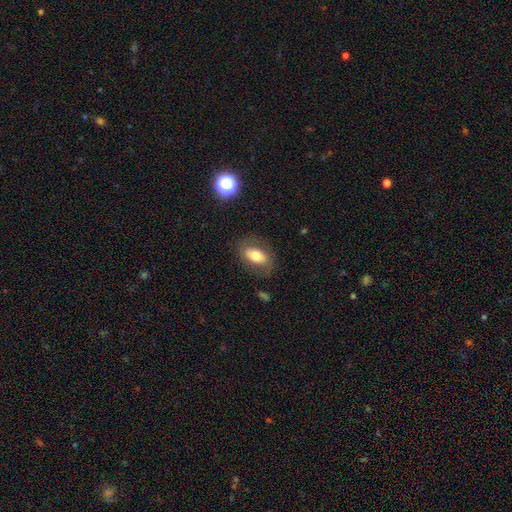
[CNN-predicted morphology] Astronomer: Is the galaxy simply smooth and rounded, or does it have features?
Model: smooth — 63%.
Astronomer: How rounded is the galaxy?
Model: in between — 88%.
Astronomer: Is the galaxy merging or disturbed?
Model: none — 76%.